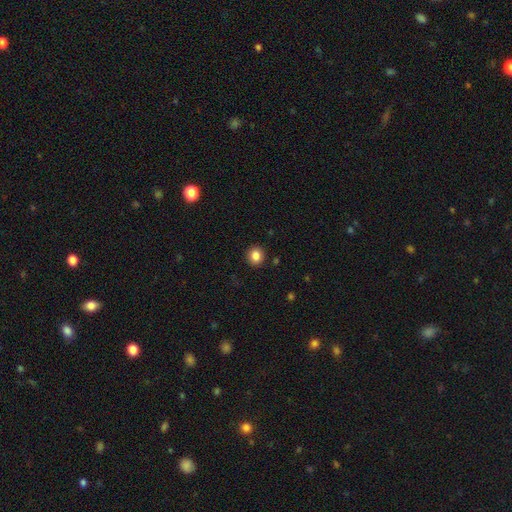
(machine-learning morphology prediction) This appears to be a smooth galaxy with no disk features (85%) that is round (84%). Merging: none (91%).